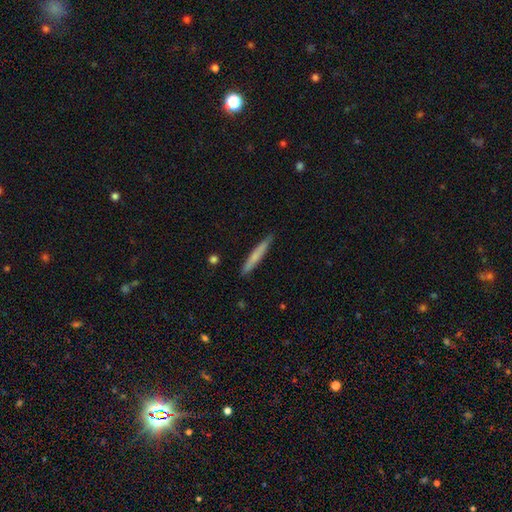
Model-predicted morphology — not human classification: Overall: smooth (62%; featured or disk 32%). How rounded: cigar-shaped (96%). Merging: none (88%).